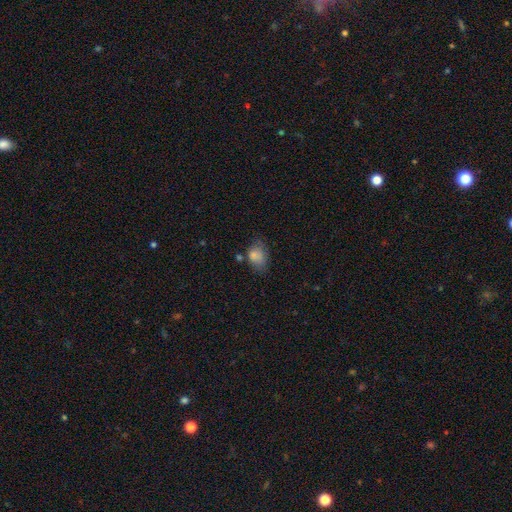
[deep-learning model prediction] Overall: smooth (79%). How rounded: in between (75%). Merging: none (52%; minor disturbance 29%).